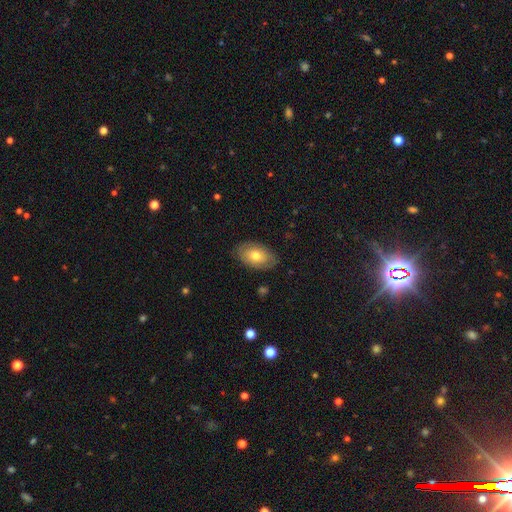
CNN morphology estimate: Q: Smooth or featured?
A: smooth (65%); runner-up: featured or disk (28%)
Q: How rounded?
A: in between (89%); runner-up: round (9%)
Q: Merging?
A: none (83%); runner-up: minor disturbance (13%)